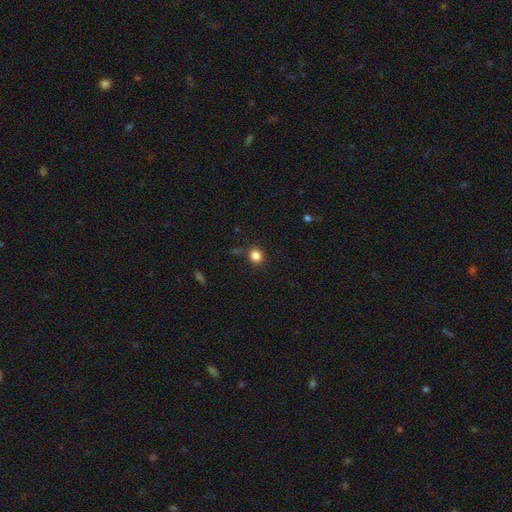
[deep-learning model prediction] This appears to be a smooth galaxy with no disk features (84%) that is round (84%). Merging: none (82%).